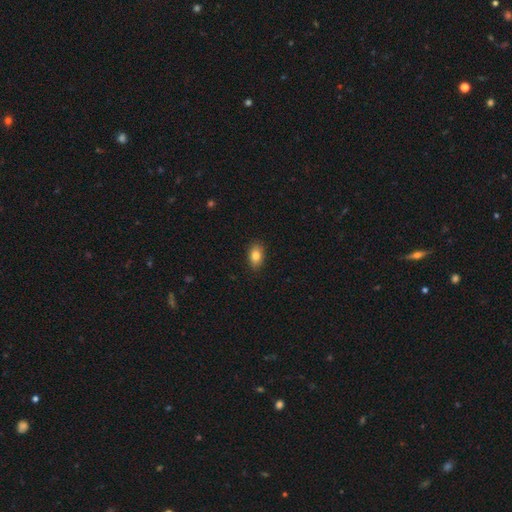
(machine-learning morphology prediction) Overall: smooth (81%). How rounded: in between (86%). Merging: none (87%).